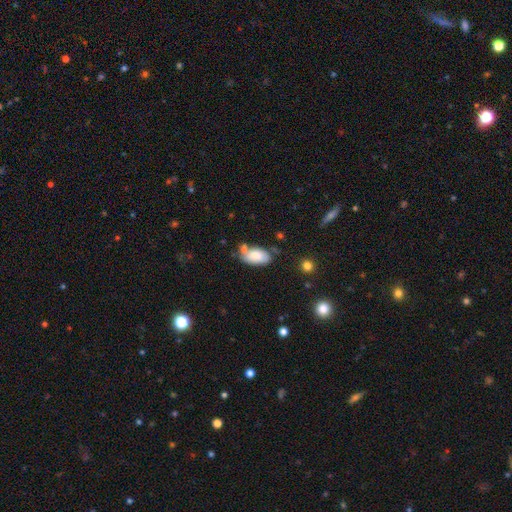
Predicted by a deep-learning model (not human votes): Overall: smooth (77%). How rounded: in between (94%). Merging: none (49%; minor disturbance 26%).